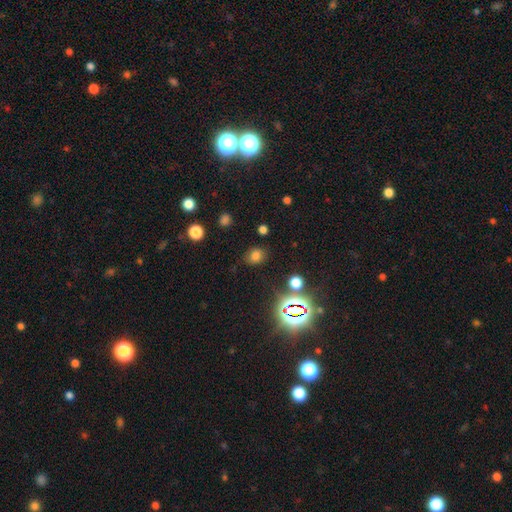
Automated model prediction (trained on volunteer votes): The model was most divided on "how rounded": round: 57%, in between: 42%, cigar-shaped: 1%. More confident: merging — none (80%); smooth or featured — smooth (69%).